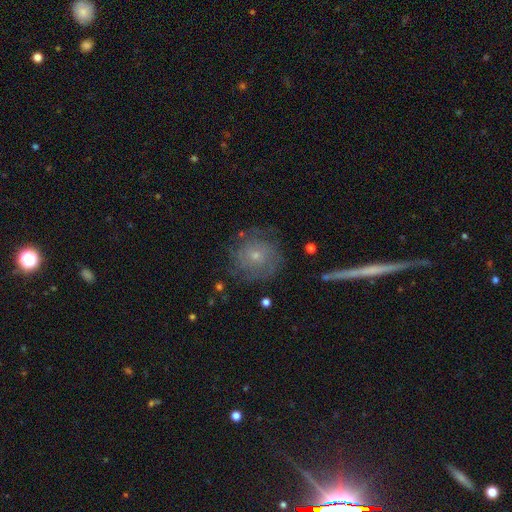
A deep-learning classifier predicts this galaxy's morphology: Smooth or featured? Predicted: featured or disk (p=0.52). Edge-on disk? Predicted: no (p=0.96). Bar? Predicted: no (p=0.84). Spiral arms? Predicted: yes (p=0.69). Bulge size? Predicted: small (p=0.71). Merging? Predicted: none (p=0.70).